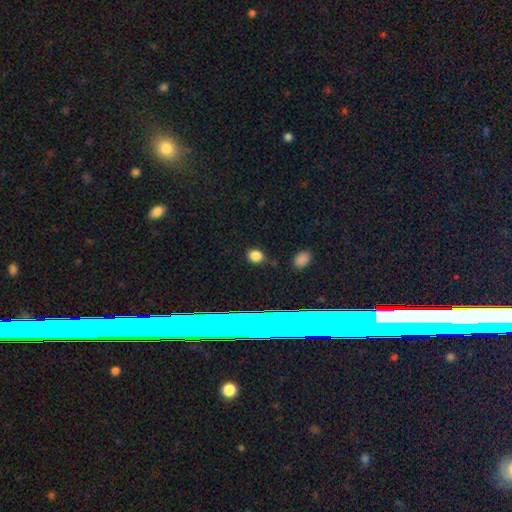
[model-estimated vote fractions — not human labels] Smooth or featured?
  - smooth: 79% *
  - star or artifact: 14%
  - featured or disk: 7%
How rounded?
  - round: 57% *
  - in between: 41%
  - cigar-shaped: 2%
Merging?
  - none: 80% *
  - minor disturbance: 13%
  - major disturbance: 4%
  - merger: 3%